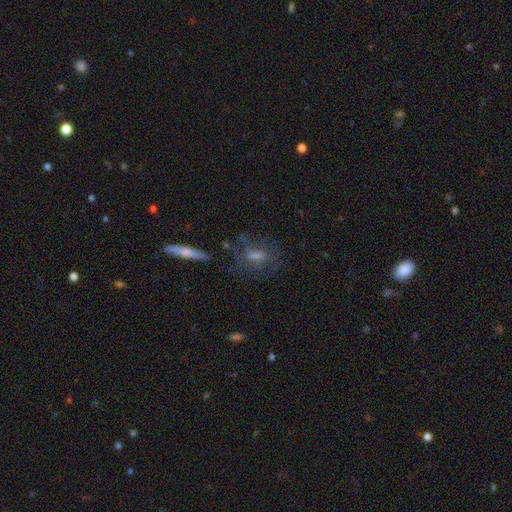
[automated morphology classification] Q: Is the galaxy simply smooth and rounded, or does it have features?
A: featured or disk — 49%.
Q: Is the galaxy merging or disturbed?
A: none — 64%.